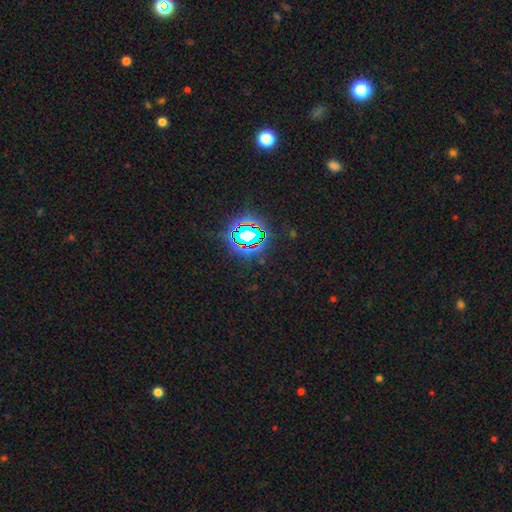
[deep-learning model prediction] Smooth or featured? Predicted: star or artifact (p=0.82).